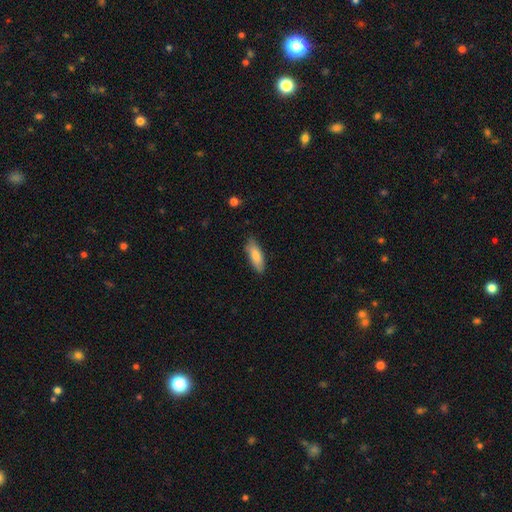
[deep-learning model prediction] Overall: smooth (82%). How rounded: in between (64%; cigar-shaped 34%). Merging: none (80%).